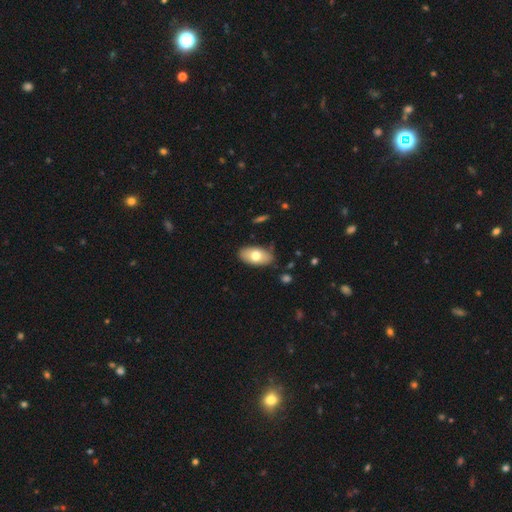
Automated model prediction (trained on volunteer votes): smooth-or-featured: smooth: 71% | featured or disk: 23% | star or artifact: 6%
  how-rounded: in between: 93% | round: 4% | cigar-shaped: 2%
  merging: none: 83% | minor disturbance: 13% | major disturbance: 3% | merger: 2%